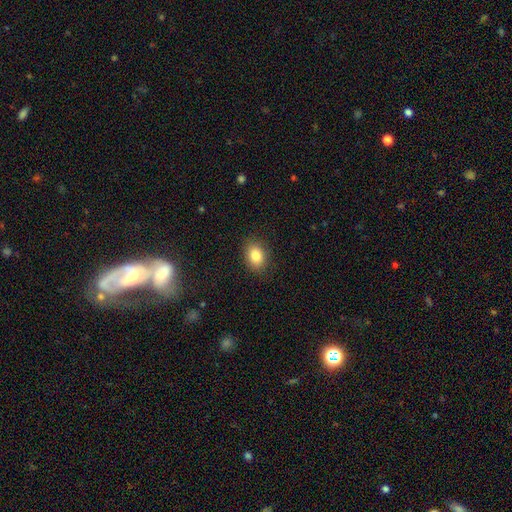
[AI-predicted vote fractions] Smooth or featured?
  - smooth: 84% *
  - star or artifact: 9%
  - featured or disk: 7%
How rounded?
  - in between: 70% *
  - round: 29%
  - cigar-shaped: 1%
Merging?
  - none: 87% *
  - minor disturbance: 9%
  - major disturbance: 3%
  - merger: 1%